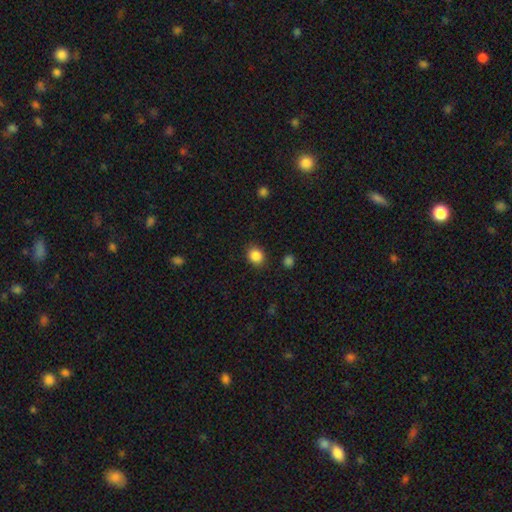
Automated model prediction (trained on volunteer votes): Morphology: type=smooth (86%); roundness=round (68%); merging=none (87%).